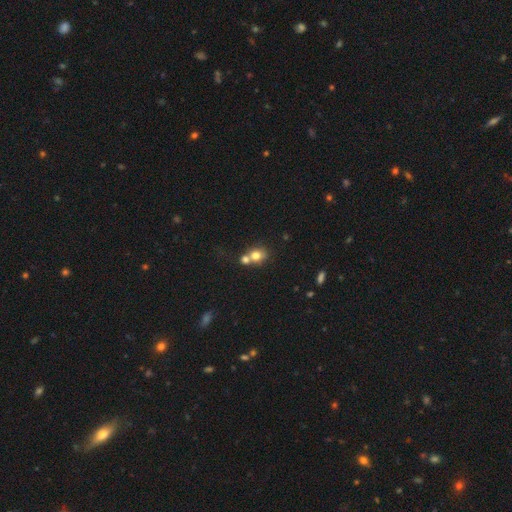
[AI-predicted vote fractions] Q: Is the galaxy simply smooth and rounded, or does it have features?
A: smooth — 75%.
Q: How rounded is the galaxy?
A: round — 65%.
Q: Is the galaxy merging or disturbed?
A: merger — 51%.